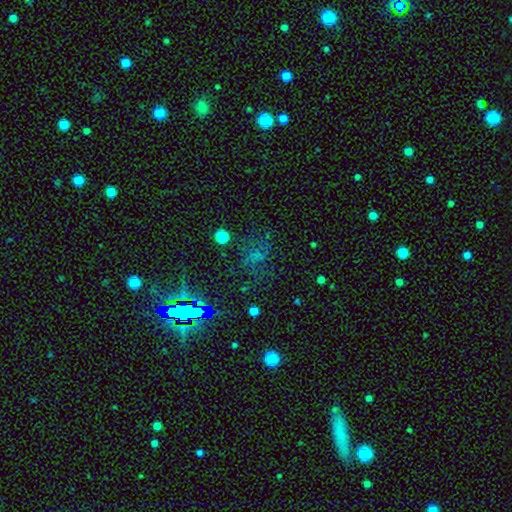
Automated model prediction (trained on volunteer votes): Q: Smooth or featured?
A: star or artifact (45%); runner-up: smooth (35%)